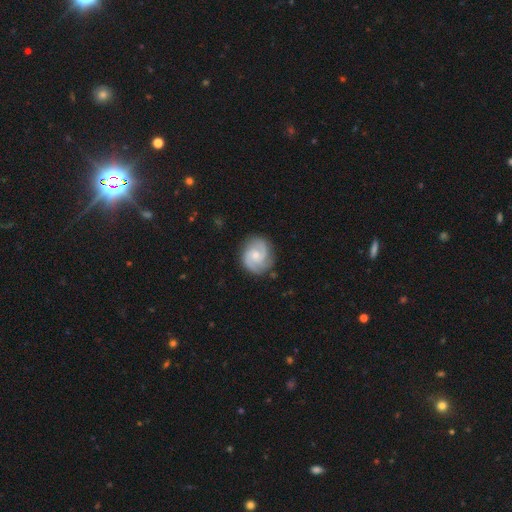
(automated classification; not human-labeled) A featured or disk galaxy (84%) with no bar (63%), 2 (69%) medium (46%) spiral arms (97%) and a small central bulge (54%). Merging: none (81%).